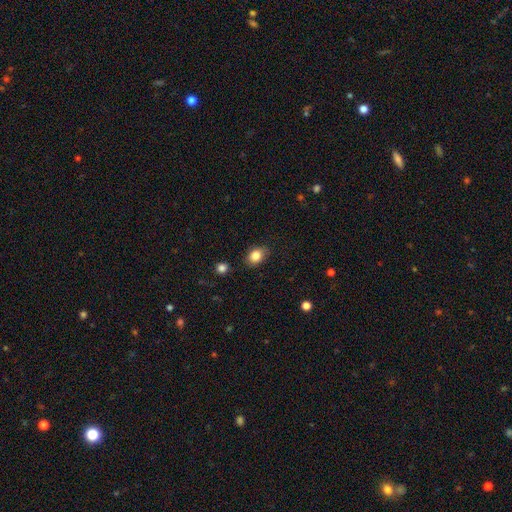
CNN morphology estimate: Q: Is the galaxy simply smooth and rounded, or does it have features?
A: smooth — 84%.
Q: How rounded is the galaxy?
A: in between — 69%.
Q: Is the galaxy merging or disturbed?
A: none — 83%.